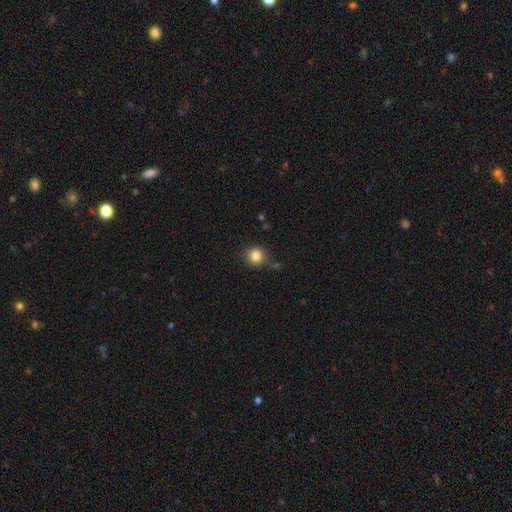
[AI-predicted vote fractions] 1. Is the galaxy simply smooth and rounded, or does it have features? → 84% smooth, 11% star or artifact, 5% featured or disk.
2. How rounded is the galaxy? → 87% round, 12% in between, 1% cigar-shaped.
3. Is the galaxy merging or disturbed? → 76% none, 15% minor disturbance, 5% merger, 4% major disturbance.